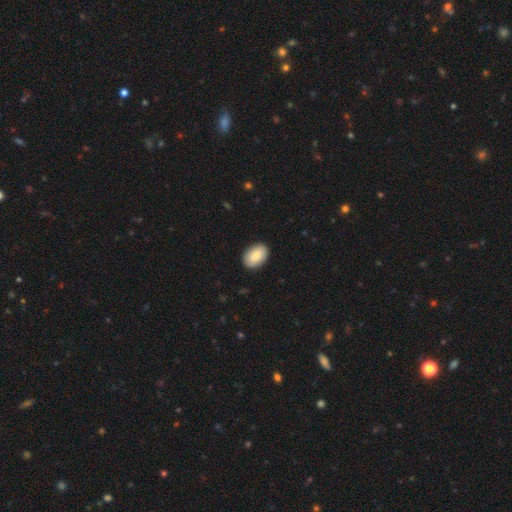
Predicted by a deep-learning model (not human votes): Smooth or featured: smooth — 89% (featured or disk — 6%)
How rounded: in between — 91% (round — 8%)
Merging: none — 89% (minor disturbance — 8%)